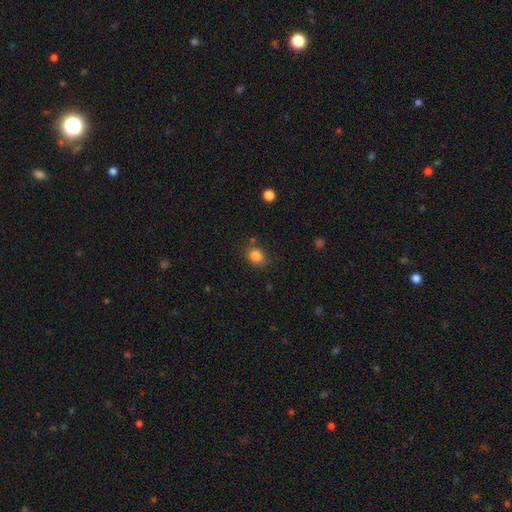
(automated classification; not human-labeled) The model was most divided on "how rounded": round: 65%, in between: 34%, cigar-shaped: 1%. More confident: smooth or featured — smooth (83%); merging — none (79%).